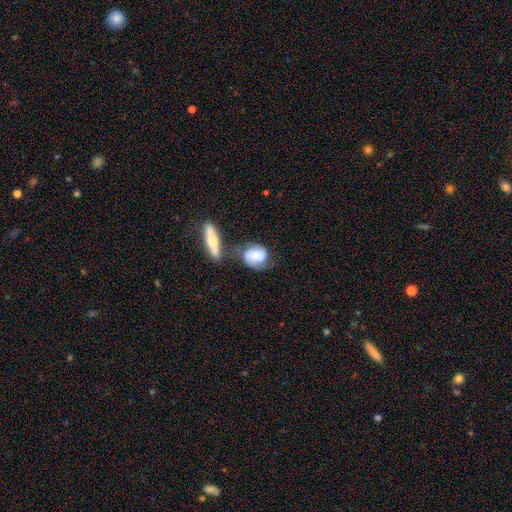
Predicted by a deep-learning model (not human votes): This is possibly a featured or disk galaxy (53%). It is clearly not viewed edge-on (94%). Bar: possibly no (57%). Spiral arm pattern: clearly yes (86%). Central bulge: marginally small (35%). Merging: marginally none (39%).